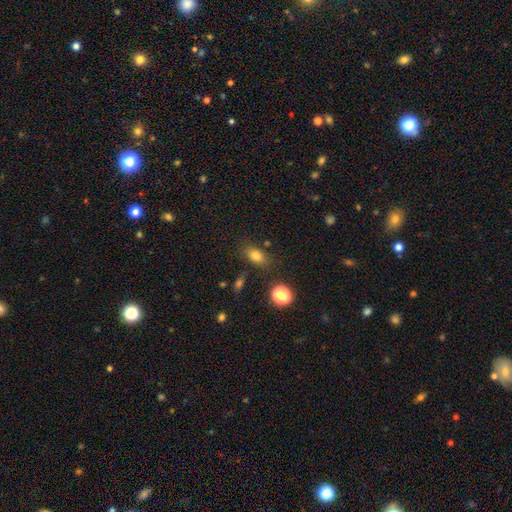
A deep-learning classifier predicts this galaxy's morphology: Smooth or featured?
  - smooth: 79% *
  - star or artifact: 14%
  - featured or disk: 8%
How rounded?
  - in between: 76% *
  - round: 21%
  - cigar-shaped: 3%
Merging?
  - none: 74% *
  - minor disturbance: 15%
  - merger: 5%
  - major disturbance: 5%